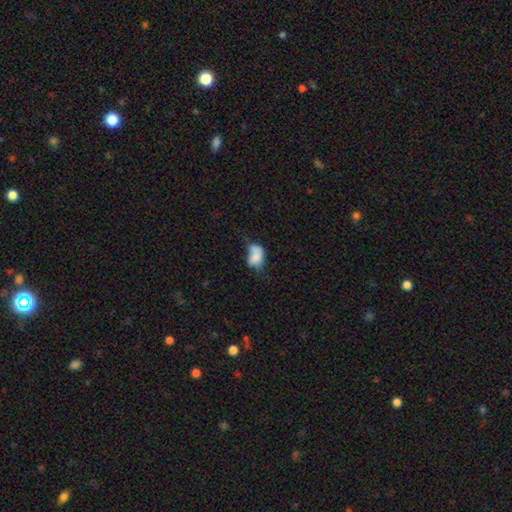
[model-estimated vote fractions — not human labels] The model was most divided on "merging": minor disturbance: 33%, major disturbance: 29%, none: 26%, merger: 12%. More confident: how rounded — in between (85%); smooth or featured — smooth (71%).